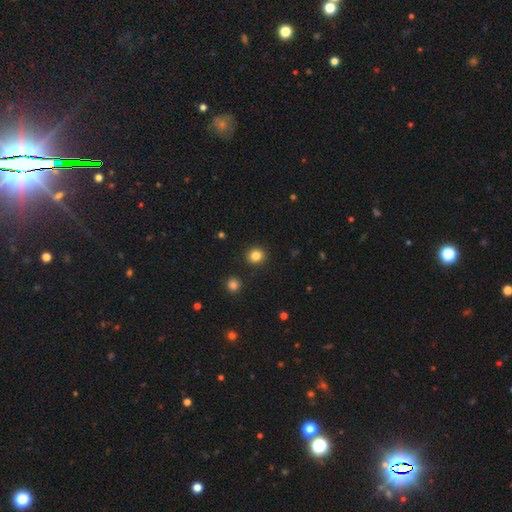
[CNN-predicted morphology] This is clearly a smooth galaxy (84%). How rounded: clearly round (88%). Merging: clearly none (91%).